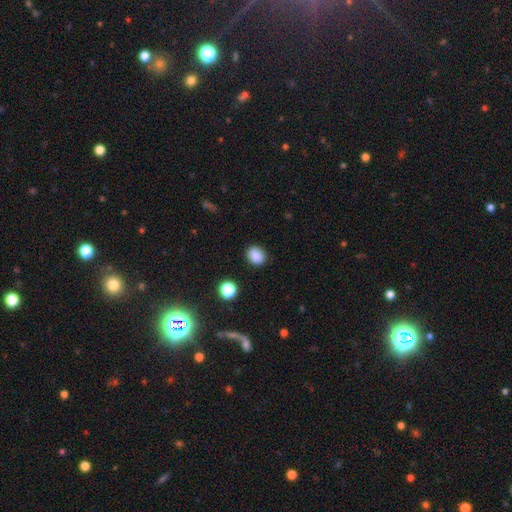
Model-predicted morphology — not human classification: Smooth or featured: smooth — 85% (star or artifact — 11%)
How rounded: round — 58% (in between — 41%)
Merging: none — 85% (minor disturbance — 10%)